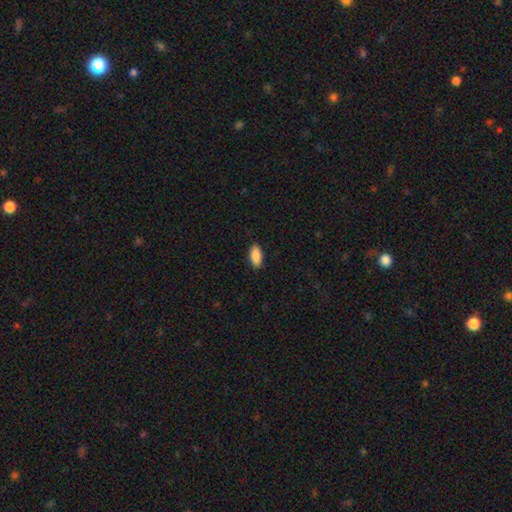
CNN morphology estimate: Smooth or featured? Predicted: smooth (p=0.90). How rounded? Predicted: in between (p=0.90). Merging? Predicted: none (p=0.89).